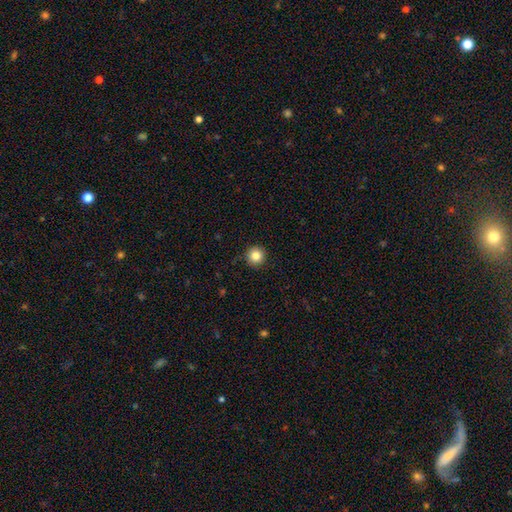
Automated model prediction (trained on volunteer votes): A smooth galaxy with no disk features (84%) that is round (96%).

Vote fractions:
- Smooth or featured? smooth: 84% / star or artifact: 11% / featured or disk: 6%
- How rounded? round: 96% / in between: 3% / cigar-shaped: 1%
- Merging? none: 92% / minor disturbance: 6% / major disturbance: 2% / merger: 1%